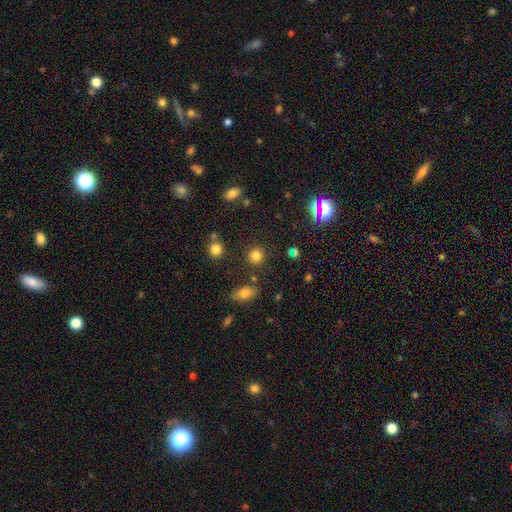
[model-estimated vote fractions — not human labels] smooth 79%, star or artifact 15%, featured or disk 6%. Down the decision tree: how rounded — round (90%); merging — none (86%).